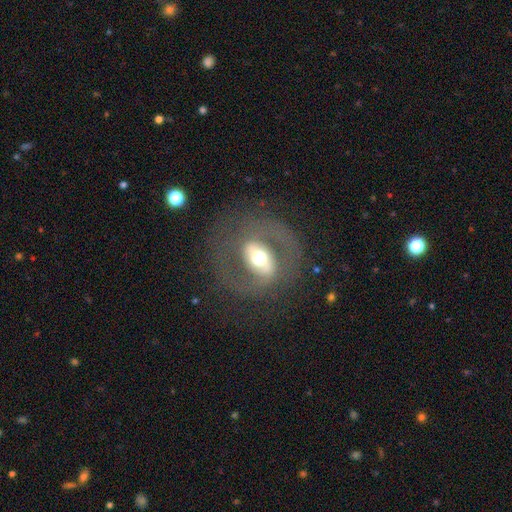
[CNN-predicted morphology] Smooth or featured: featured or disk — 75% (smooth — 18%)
Edge-on disk: no — 95% (yes — 5%)
Bar: strong — 42% (weak — 31%)
Spiral arms: yes — 69% (no — 31%)
Bulge size: moderate — 58% (large — 29%)
Merging: none — 75% (major disturbance — 12%)